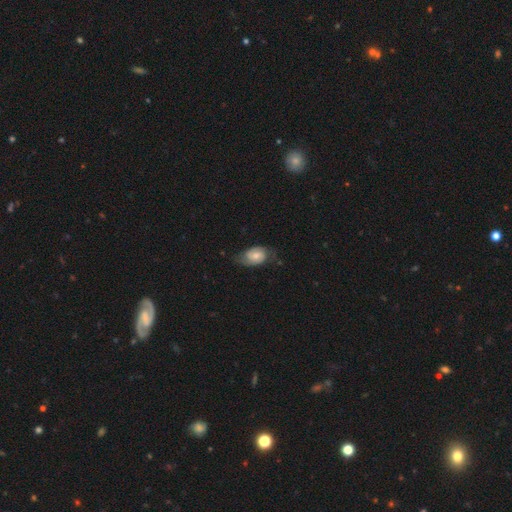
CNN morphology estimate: A featured or disk galaxy (62%) with no bar (59%), 2 (81%) medium (43%) spiral arms (89%) and a moderate central bulge (50%).

Vote fractions:
- Smooth or featured? featured or disk: 62% / smooth: 31% / star or artifact: 7%
- Edge-on disk? no: 96% / yes: 4%
- Bar? no: 59% / weak: 34% / strong: 6%
- Spiral arms? yes: 89% / no: 11%
- Spiral winding? medium: 43% / tight: 36% / loose: 21%
- Spiral arm count? 2: 81% / can't tell: 11% / 1: 4% / 3: 2% / 4: 1% / more than 4: 1%
- Bulge size? moderate: 50% / small: 38% / large: 6% / none: 5% / dominant: 1%
- Merging? none: 60% / minor disturbance: 27% / major disturbance: 11% / merger: 2%